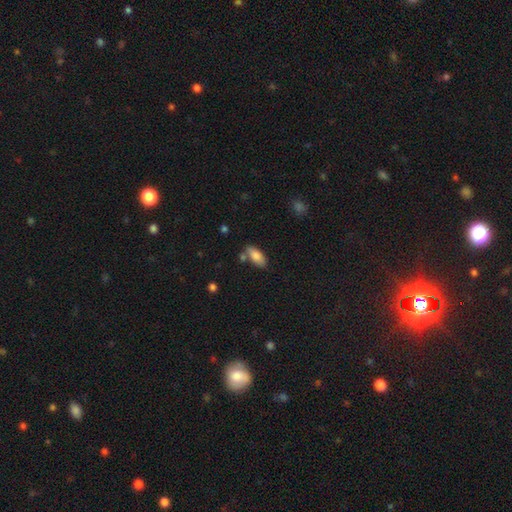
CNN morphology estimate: Smooth or featured: smooth — 84% (featured or disk — 9%)
How rounded: in between — 86% (cigar-shaped — 12%)
Merging: none — 68% (minor disturbance — 16%)